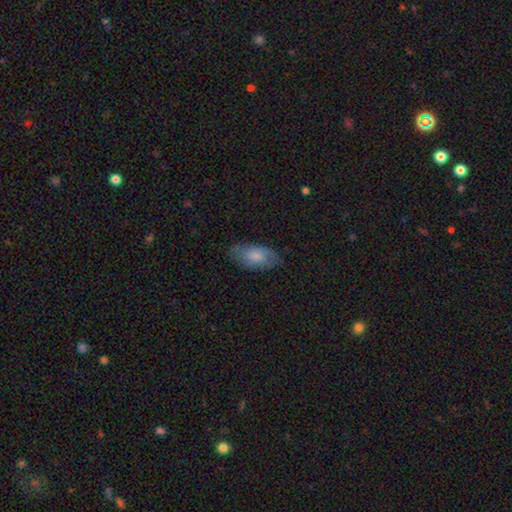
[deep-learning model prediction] smooth 72%, featured or disk 22%, star or artifact 6%. Down the decision tree: how rounded — in between (91%); merging — none (75%).